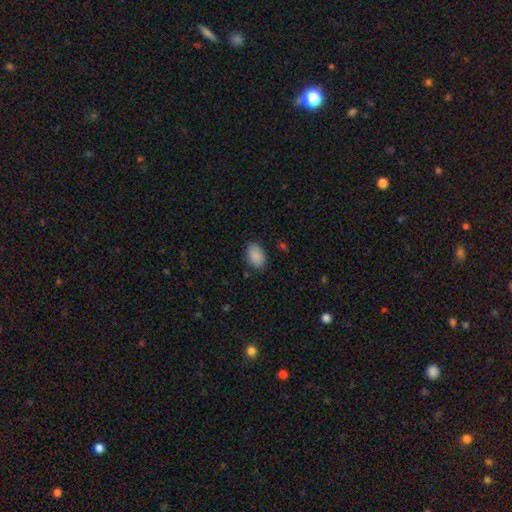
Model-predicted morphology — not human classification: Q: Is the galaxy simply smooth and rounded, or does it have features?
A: smooth — 89%.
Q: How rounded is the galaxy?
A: in between — 84%.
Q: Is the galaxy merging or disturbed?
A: none — 85%.